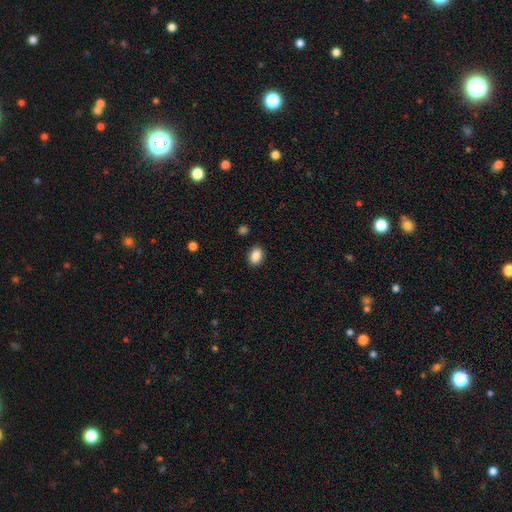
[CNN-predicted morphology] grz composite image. It shows a smooth galaxy with no disk features (88%) that is in between round and cigar-shaped (73%). Merging: none (89%).